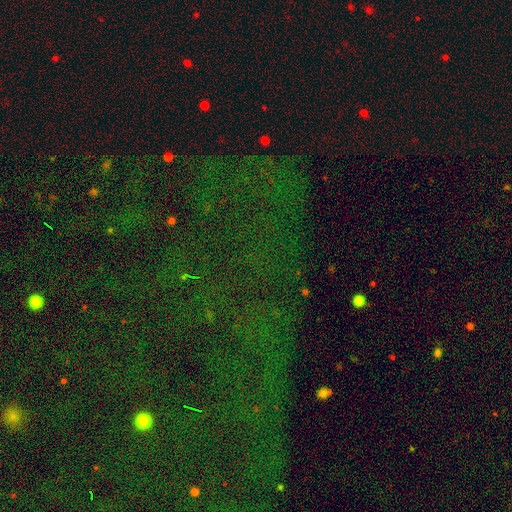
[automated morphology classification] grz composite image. It shows a star or artifact, not a galaxy (80%).